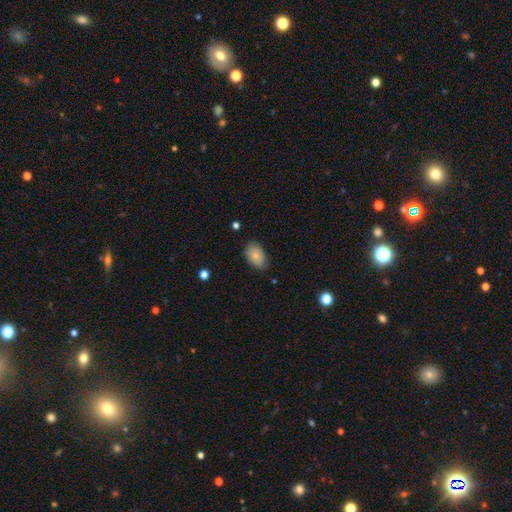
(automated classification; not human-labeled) A smooth galaxy with no disk features (78%) that is in between round and cigar-shaped (88%). Merging: none (77%).